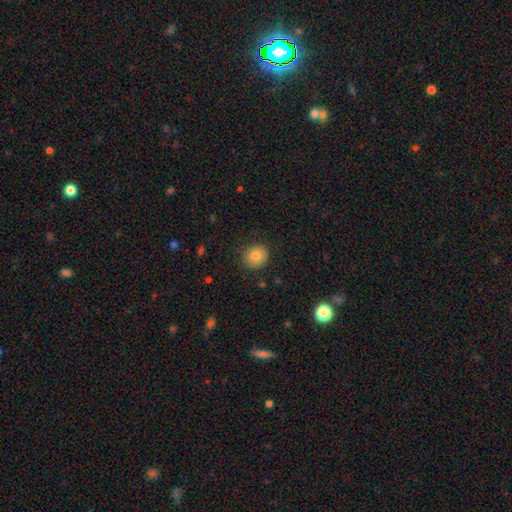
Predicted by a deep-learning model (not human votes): Smooth or featured? Predicted: smooth (p=0.82). How rounded? Predicted: round (p=0.76). Merging? Predicted: none (p=0.85).